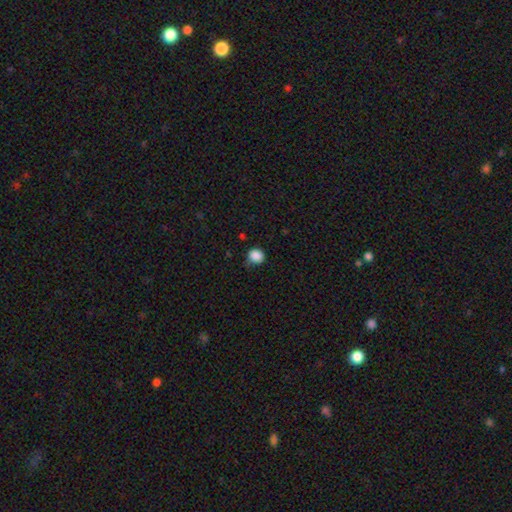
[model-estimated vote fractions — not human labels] This is clearly a smooth galaxy (87%). How rounded: likely round (79%). Merging: likely none (68%).